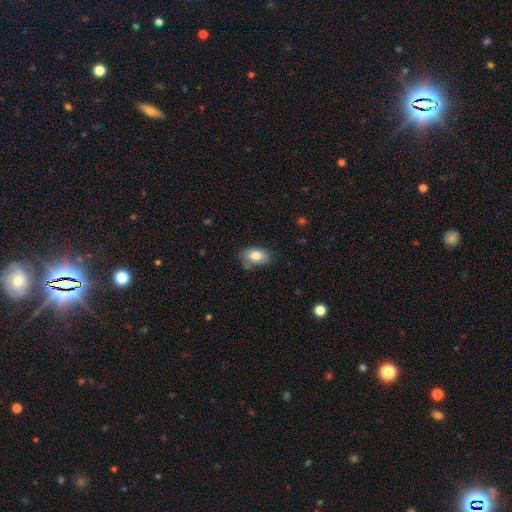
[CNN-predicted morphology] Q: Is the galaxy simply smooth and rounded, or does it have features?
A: smooth — 83%.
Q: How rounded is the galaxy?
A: in between — 87%.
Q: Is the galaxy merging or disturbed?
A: none — 70%.